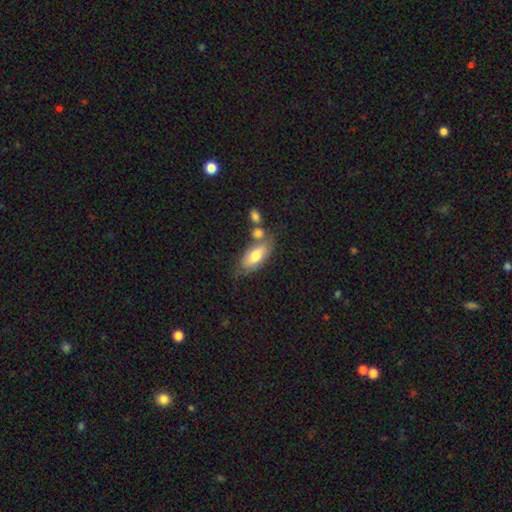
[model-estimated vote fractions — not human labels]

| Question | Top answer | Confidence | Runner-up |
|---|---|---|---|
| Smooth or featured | smooth | 69% | featured or disk (24%) |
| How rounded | in between | 84% | cigar-shaped (13%) |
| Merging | none | 52% | merger (23%) |